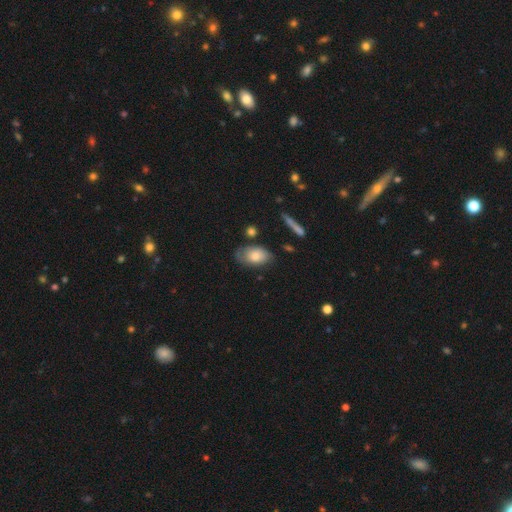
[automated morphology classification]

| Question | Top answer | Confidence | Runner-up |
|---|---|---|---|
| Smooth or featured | smooth | 73% | featured or disk (21%) |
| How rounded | in between | 90% | round (8%) |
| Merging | none | 59% | minor disturbance (28%) |